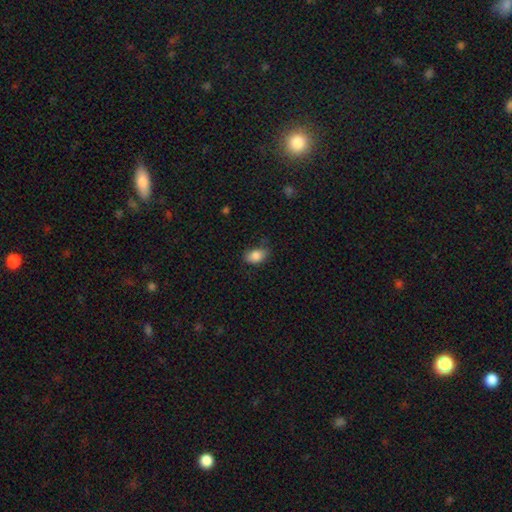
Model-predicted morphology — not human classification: Smooth or featured?
  - smooth: 85% *
  - star or artifact: 8%
  - featured or disk: 7%
How rounded?
  - in between: 83% *
  - round: 15%
  - cigar-shaped: 2%
Merging?
  - none: 63% *
  - minor disturbance: 28%
  - major disturbance: 7%
  - merger: 2%